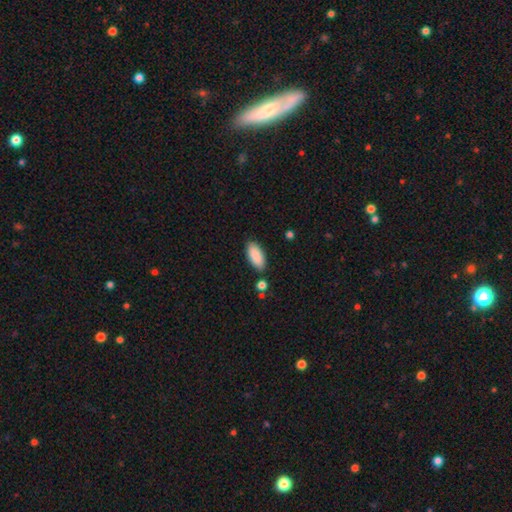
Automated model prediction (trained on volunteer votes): This appears to be a smooth galaxy with no disk features (89%) that is in between round and cigar-shaped (88%). Merging: none (83%).